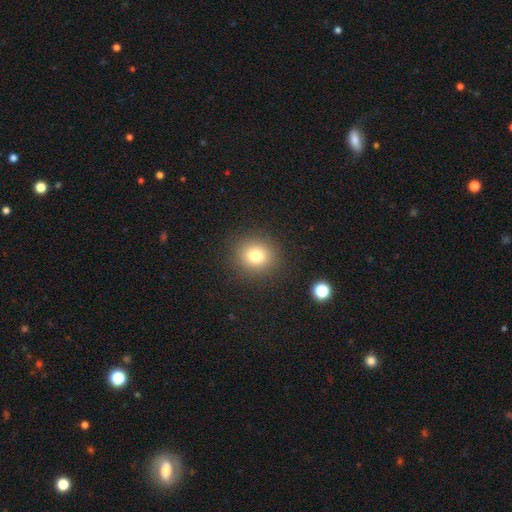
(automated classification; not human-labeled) Smooth or featured? smooth (78%)
How rounded? round (87%)
Merging? none (90%)